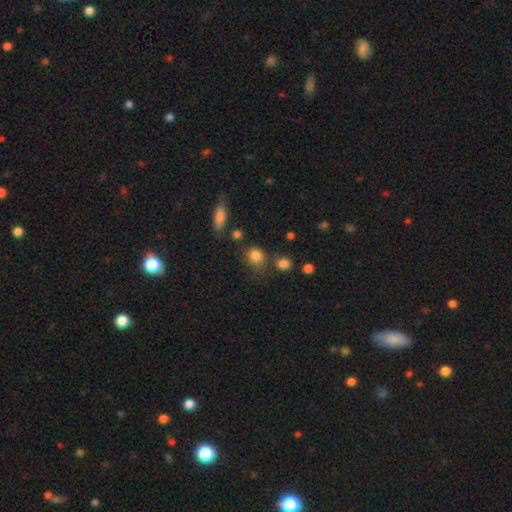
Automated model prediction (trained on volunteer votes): smooth 83%, star or artifact 11%, featured or disk 6%. Down the decision tree: how rounded — round (71%); merging — none (67%).